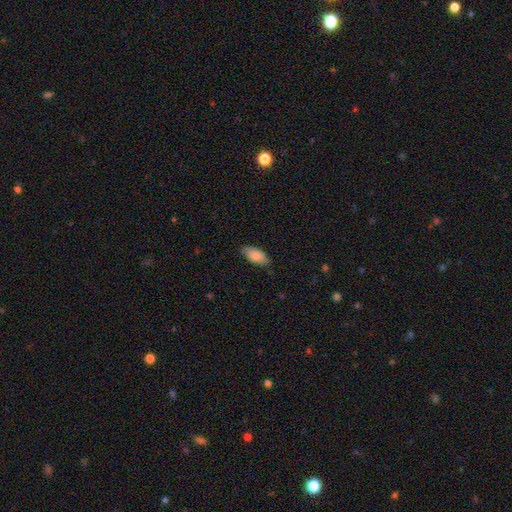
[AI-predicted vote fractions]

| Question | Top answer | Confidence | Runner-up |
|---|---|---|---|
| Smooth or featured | smooth | 84% | featured or disk (10%) |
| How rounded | in between | 89% | cigar-shaped (9%) |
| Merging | none | 81% | minor disturbance (15%) |